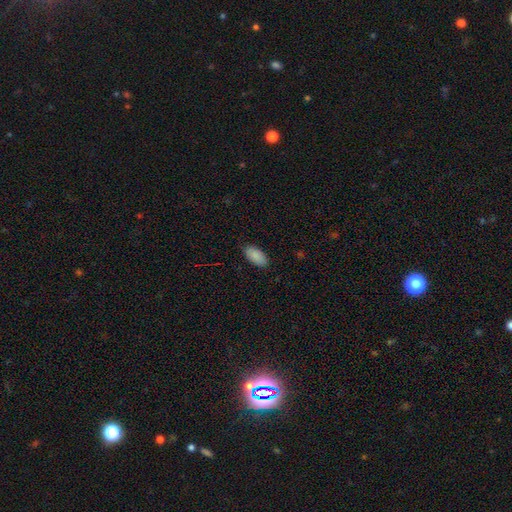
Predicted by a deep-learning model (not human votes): Smooth or featured?
  - smooth: 89% *
  - star or artifact: 6%
  - featured or disk: 4%
How rounded?
  - in between: 93% *
  - cigar-shaped: 5%
  - round: 2%
Merging?
  - none: 85% *
  - minor disturbance: 12%
  - major disturbance: 2%
  - merger: 1%